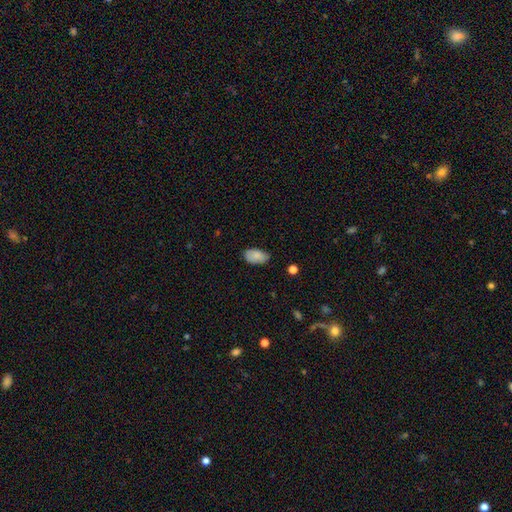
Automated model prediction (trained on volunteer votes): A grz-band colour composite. It shows a smooth galaxy with no disk features (86%) that is in between round and cigar-shaped (94%). Merging: none (76%).